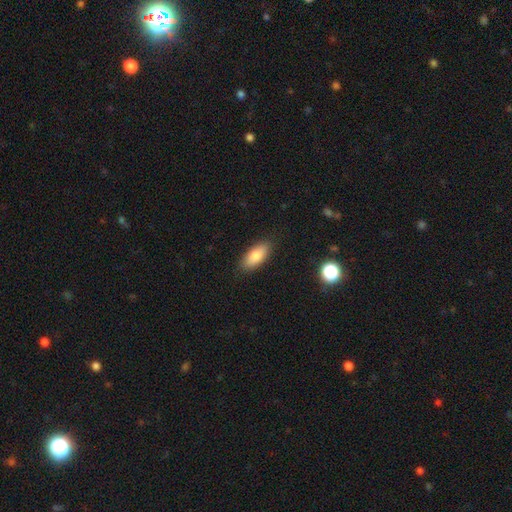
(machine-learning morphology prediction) A smooth galaxy with no disk features (82%) that is in between round and cigar-shaped (87%).

Vote fractions:
- Smooth or featured? smooth: 82% / featured or disk: 11% / star or artifact: 7%
- How rounded? in between: 87% / cigar-shaped: 11% / round: 3%
- Merging? none: 87% / minor disturbance: 10% / major disturbance: 2% / merger: 1%